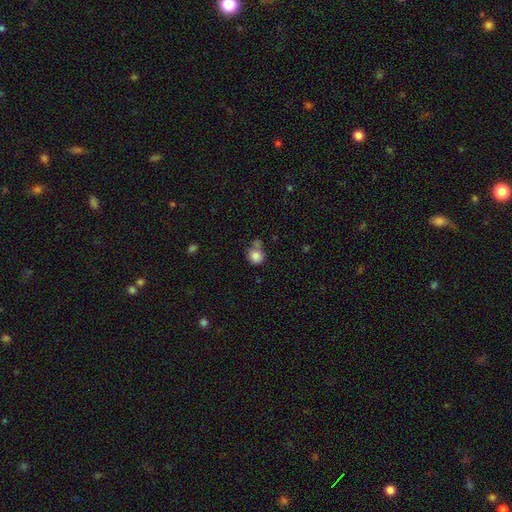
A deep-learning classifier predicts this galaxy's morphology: Smooth or featured? Predicted: smooth (p=0.85). How rounded? Predicted: round (p=0.86). Merging? Predicted: none (p=0.53).